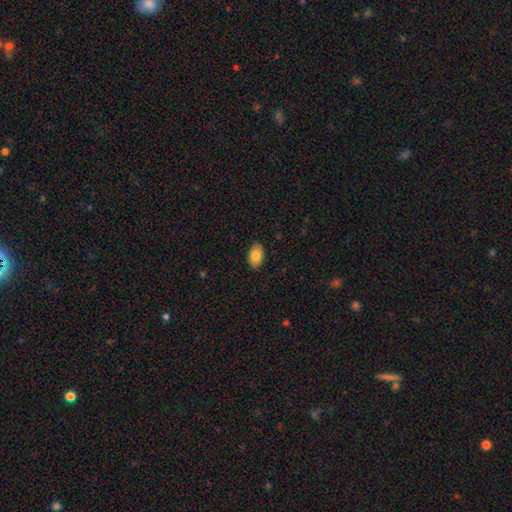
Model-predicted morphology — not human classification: Q: Smooth or featured?
A: smooth (83%); runner-up: featured or disk (10%)
Q: How rounded?
A: in between (93%); runner-up: round (6%)
Q: Merging?
A: none (88%); runner-up: minor disturbance (9%)